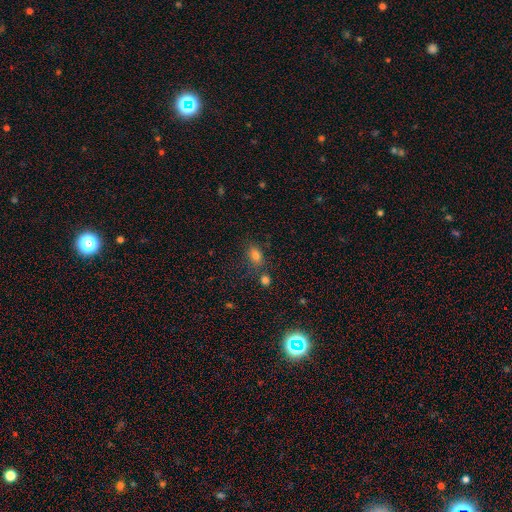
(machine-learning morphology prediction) Overall: smooth (74%). How rounded: in between (69%; round 29%). Merging: none (70%).